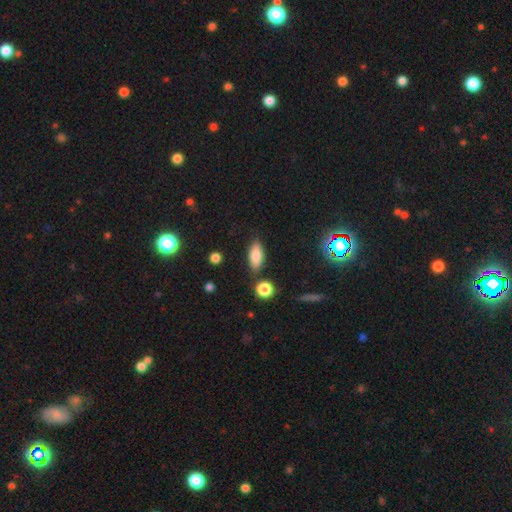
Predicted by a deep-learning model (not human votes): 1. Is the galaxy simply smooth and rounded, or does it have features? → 79% smooth, 12% featured or disk, 9% star or artifact.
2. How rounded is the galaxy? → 79% in between, 17% cigar-shaped, 4% round.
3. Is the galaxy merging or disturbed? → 79% none, 13% minor disturbance, 5% merger, 3% major disturbance.